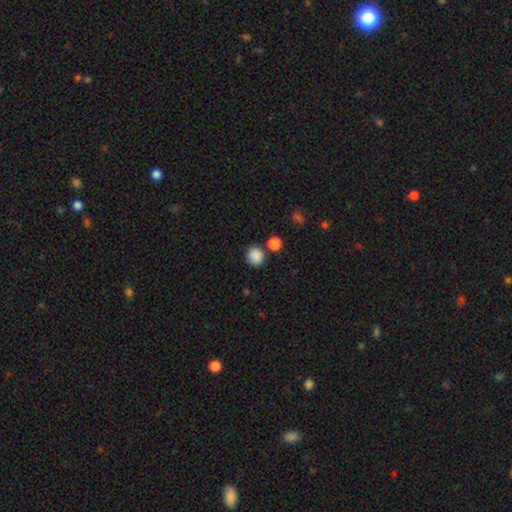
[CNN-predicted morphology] smooth-or-featured: smooth: 87% | star or artifact: 10% | featured or disk: 4%
  how-rounded: round: 89% | in between: 10% | cigar-shaped: 1%
  merging: none: 78% | minor disturbance: 10% | merger: 9% | major disturbance: 3%